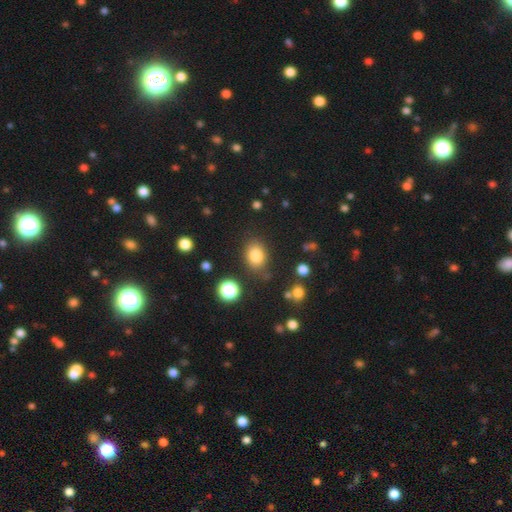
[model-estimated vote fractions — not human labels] Smooth or featured: smooth — 81% (star or artifact — 12%)
How rounded: in between — 62% (round — 37%)
Merging: none — 79% (minor disturbance — 13%)